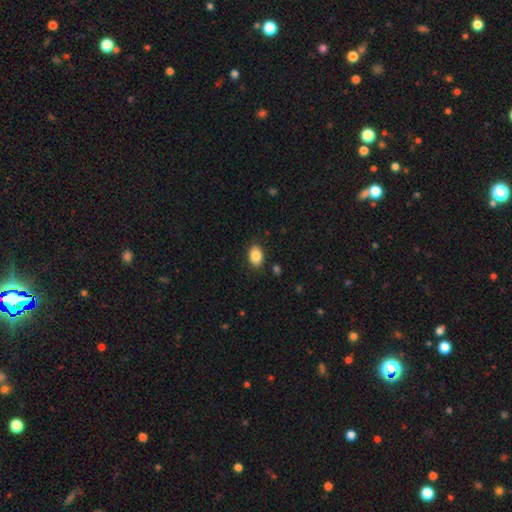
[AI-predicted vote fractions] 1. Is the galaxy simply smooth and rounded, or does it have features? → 86% smooth, 8% star or artifact, 6% featured or disk.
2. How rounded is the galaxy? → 82% in between, 17% round, 1% cigar-shaped.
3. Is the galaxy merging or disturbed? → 86% none, 10% minor disturbance, 2% major disturbance, 1% merger.